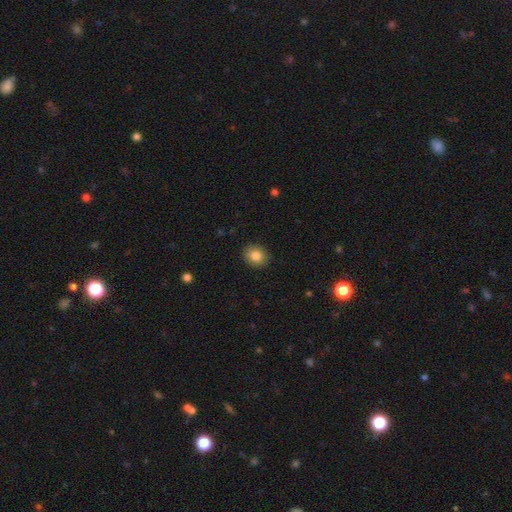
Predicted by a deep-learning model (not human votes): smooth_or_featured: smooth (p=0.85) [alt: star or artifact p=0.09]
how_rounded: round (p=0.63) [alt: in between p=0.36]
merging: none (p=0.89) [alt: minor disturbance p=0.08]